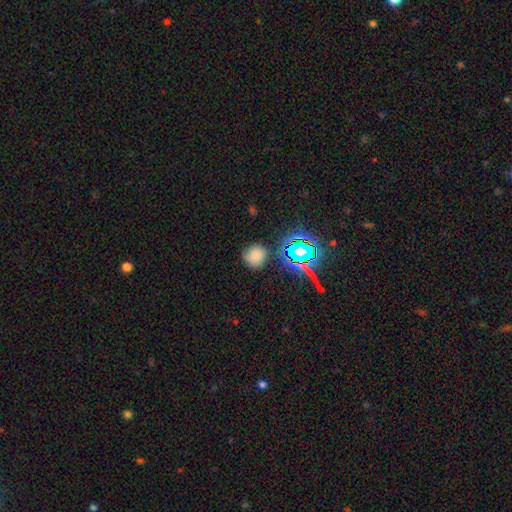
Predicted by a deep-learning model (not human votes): Morphology: type=smooth (71%); roundness=round (88%); merging=none (83%).